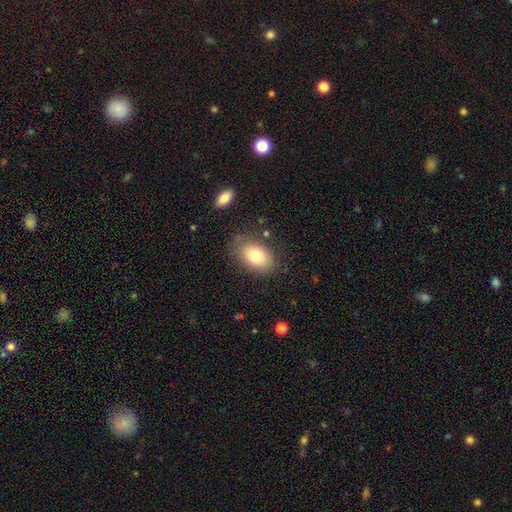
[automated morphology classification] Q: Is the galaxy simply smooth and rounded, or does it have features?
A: smooth — 79%.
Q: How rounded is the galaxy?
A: in between — 88%.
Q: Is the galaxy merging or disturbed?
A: none — 77%.